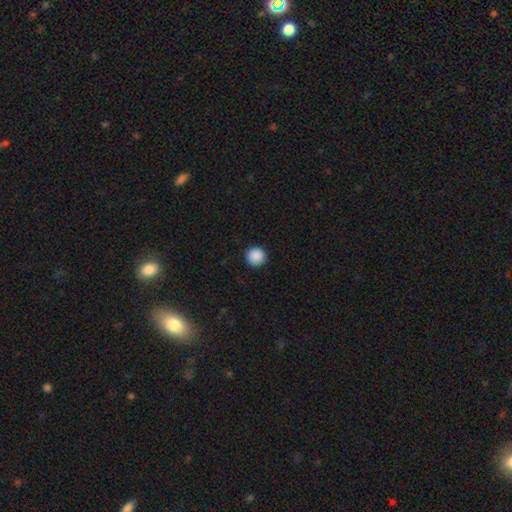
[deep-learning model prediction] A smooth galaxy with no disk features (89%) that is round (96%).

Vote fractions:
- Smooth or featured? smooth: 89% / star or artifact: 9% / featured or disk: 2%
- How rounded? round: 96% / in between: 3% / cigar-shaped: 1%
- Merging? none: 92% / minor disturbance: 5% / major disturbance: 2% / merger: 1%